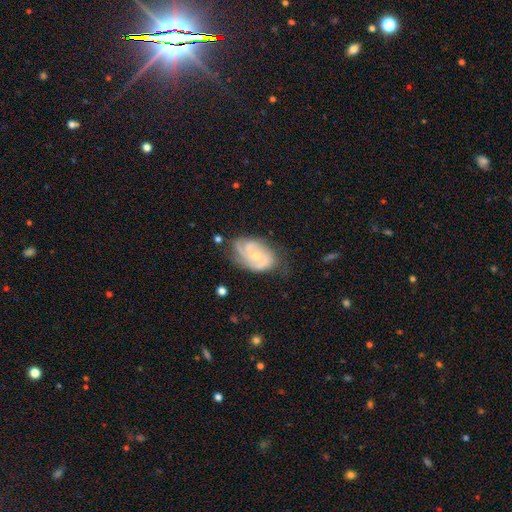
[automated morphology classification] This is likely a featured or disk galaxy (79%). It is clearly not viewed edge-on (97%). Bar: likely no (67%). Spiral arm pattern: clearly yes (94%). Spiral arm count: marginally 2 (37%). Spiral winding: possibly tight (57%). Central bulge: possibly small (59%). Merging: likely none (63%).